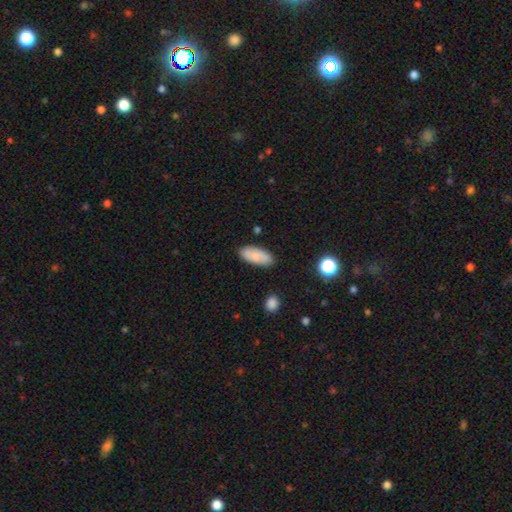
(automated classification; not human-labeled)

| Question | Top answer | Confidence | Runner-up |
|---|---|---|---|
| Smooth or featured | smooth | 82% | featured or disk (11%) |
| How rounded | in between | 86% | cigar-shaped (12%) |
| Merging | none | 85% | minor disturbance (11%) |